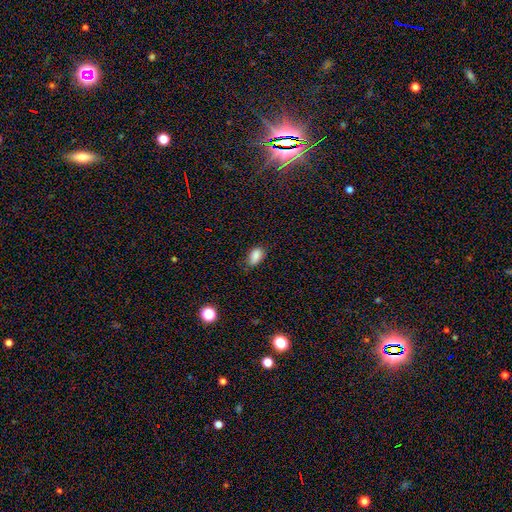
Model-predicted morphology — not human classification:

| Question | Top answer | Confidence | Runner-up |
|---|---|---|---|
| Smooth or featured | smooth | 85% | star or artifact (10%) |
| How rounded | in between | 90% | round (8%) |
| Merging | none | 70% | minor disturbance (24%) |